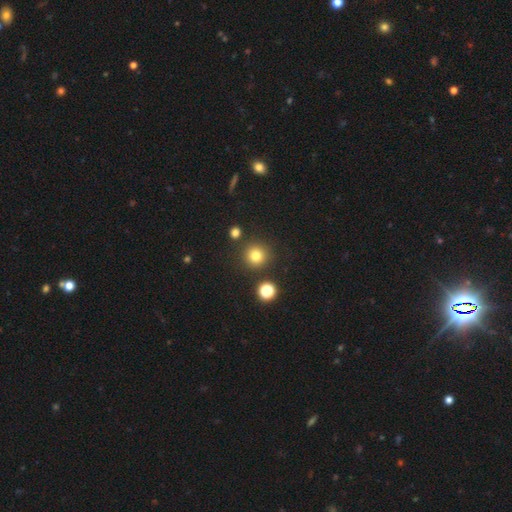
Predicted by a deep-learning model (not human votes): Overall: smooth (78%). How rounded: round (94%). Merging: none (86%).